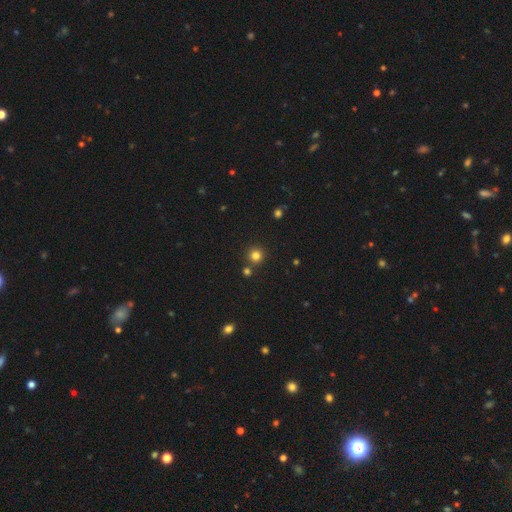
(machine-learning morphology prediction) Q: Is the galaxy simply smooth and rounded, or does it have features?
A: smooth — 80%.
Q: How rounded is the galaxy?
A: round — 94%.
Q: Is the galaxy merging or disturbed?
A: none — 82%.